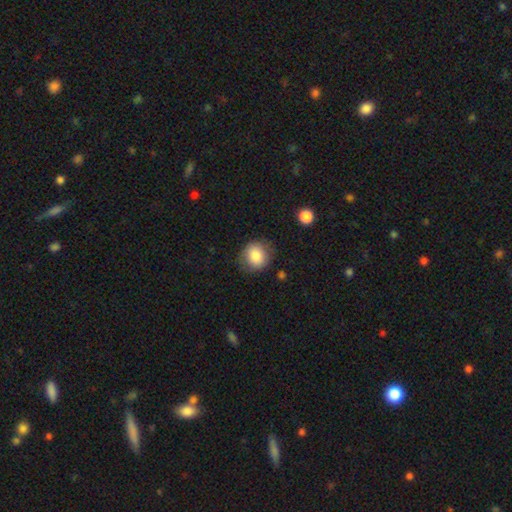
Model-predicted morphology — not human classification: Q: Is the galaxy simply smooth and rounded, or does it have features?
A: smooth — 83%.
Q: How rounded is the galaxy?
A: round — 83%.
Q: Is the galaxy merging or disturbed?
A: none — 78%.